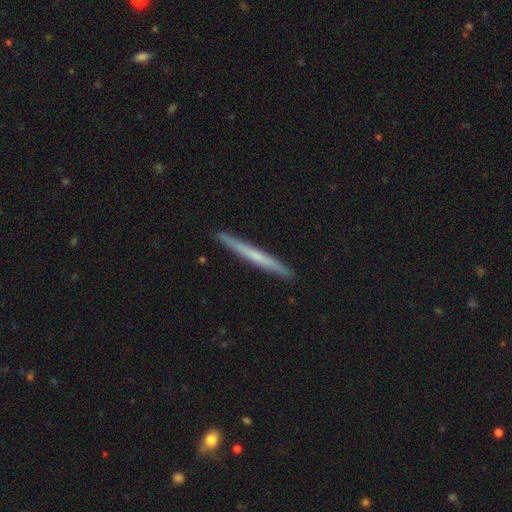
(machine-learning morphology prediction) A featured or disk galaxy (49%).

Vote fractions:
- Smooth or featured? featured or disk: 49% / smooth: 45% / star or artifact: 6%
- Merging? none: 92% / minor disturbance: 6% / major disturbance: 1% / merger: 1%